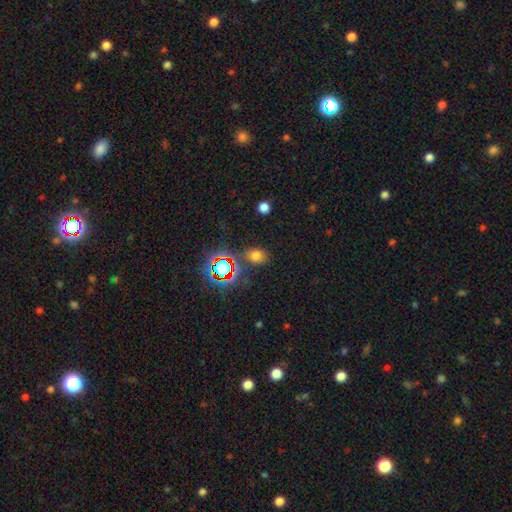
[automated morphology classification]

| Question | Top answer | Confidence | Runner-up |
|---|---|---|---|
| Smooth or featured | smooth | 64% | star or artifact (29%) |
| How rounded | in between | 55% | round (43%) |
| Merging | none | 79% | minor disturbance (12%) |